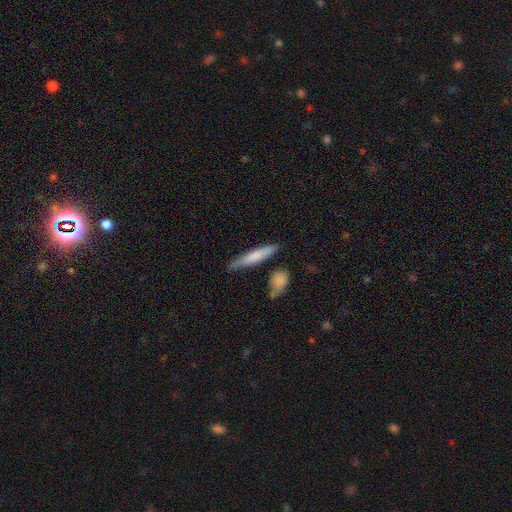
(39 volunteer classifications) This appears to be a smooth galaxy with no disk features (72%) that is cigar-shaped (93%). Merging: none (86%).